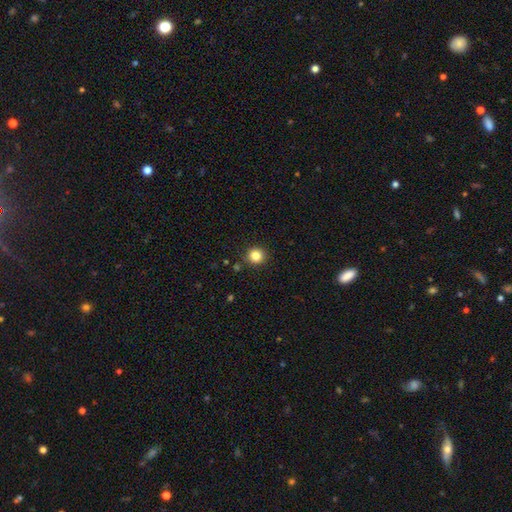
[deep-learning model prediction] Overall: smooth (84%). How rounded: round (93%). Merging: none (89%).